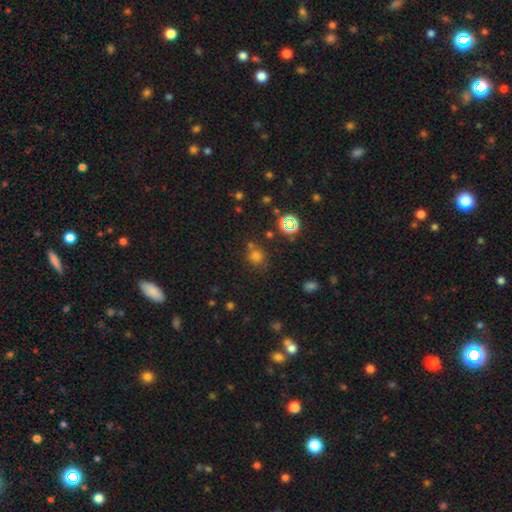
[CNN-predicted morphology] smooth-or-featured: smooth: 63% | star or artifact: 30% | featured or disk: 7%
  how-rounded: round: 83% | in between: 16% | cigar-shaped: 1%
  merging: none: 69% | merger: 14% | minor disturbance: 12% | major disturbance: 5%